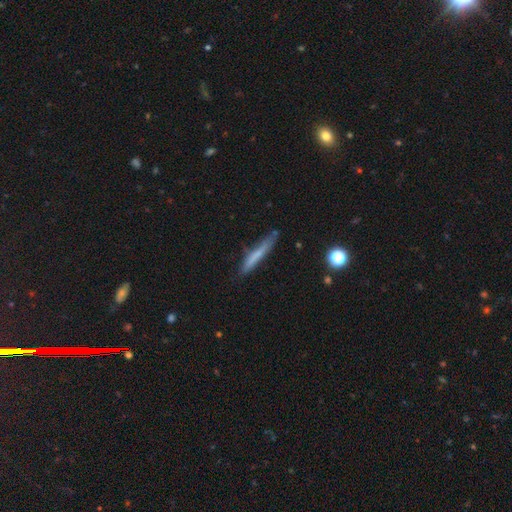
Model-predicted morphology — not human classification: The model was most divided on "smooth or featured": smooth: 62%, featured or disk: 31%, star or artifact: 7%. More confident: how rounded — cigar-shaped (94%); merging — none (74%).